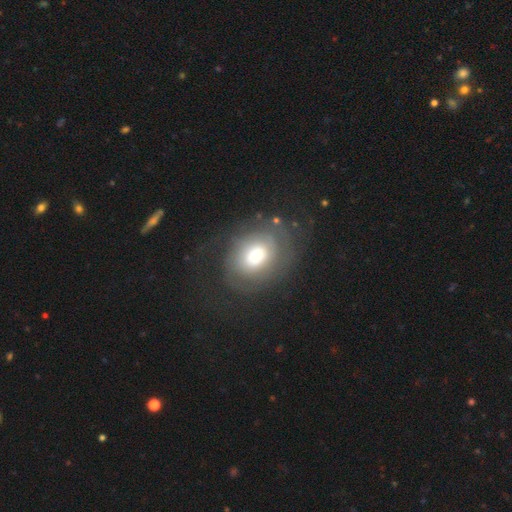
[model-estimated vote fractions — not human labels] smooth_or_featured: featured or disk (p=0.52) [alt: smooth p=0.39]
disk_edge_on: no (p=0.96) [alt: yes p=0.04]
merging: none (p=0.66) [alt: minor disturbance p=0.17]